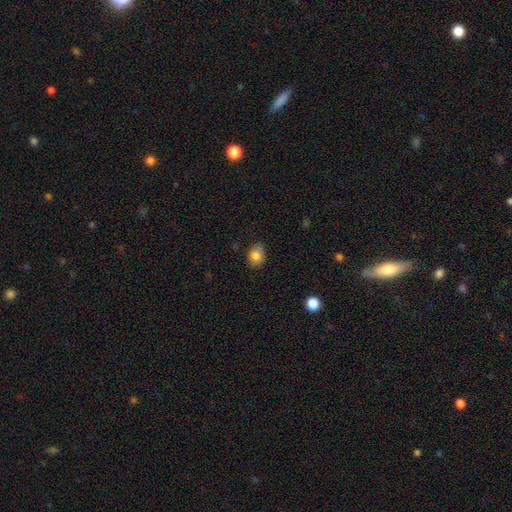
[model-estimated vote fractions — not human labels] smooth-or-featured: smooth: 84% | star or artifact: 9% | featured or disk: 7%
  how-rounded: in between: 56% | round: 43% | cigar-shaped: 1%
  merging: none: 78% | minor disturbance: 18% | major disturbance: 3% | merger: 1%